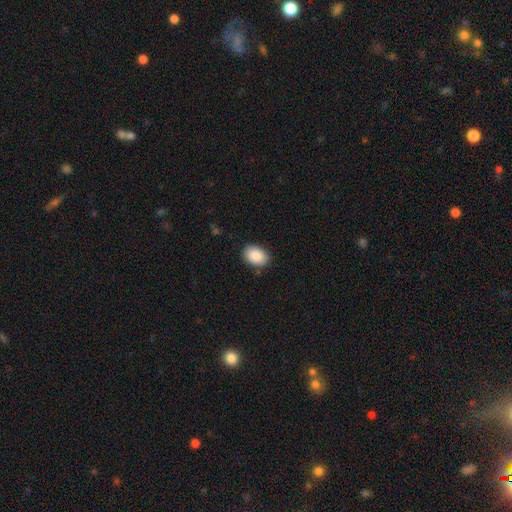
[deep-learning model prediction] smooth-or-featured: smooth: 90% | star or artifact: 6% | featured or disk: 4%
  how-rounded: in between: 81% | round: 18% | cigar-shaped: 1%
  merging: none: 86% | minor disturbance: 10% | major disturbance: 2% | merger: 1%